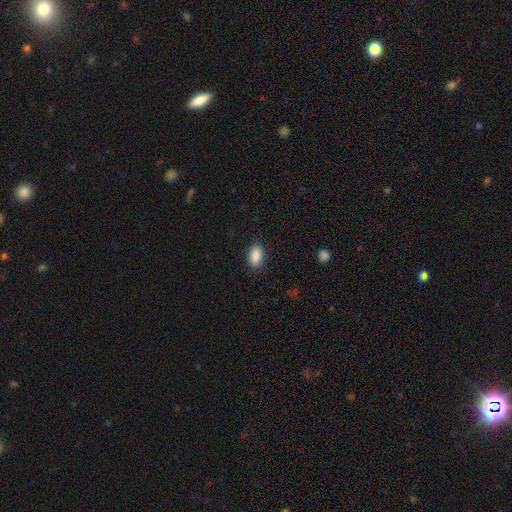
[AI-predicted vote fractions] Smooth or featured: smooth — 90% (star or artifact — 7%)
How rounded: in between — 93% (round — 4%)
Merging: none — 88% (minor disturbance — 9%)